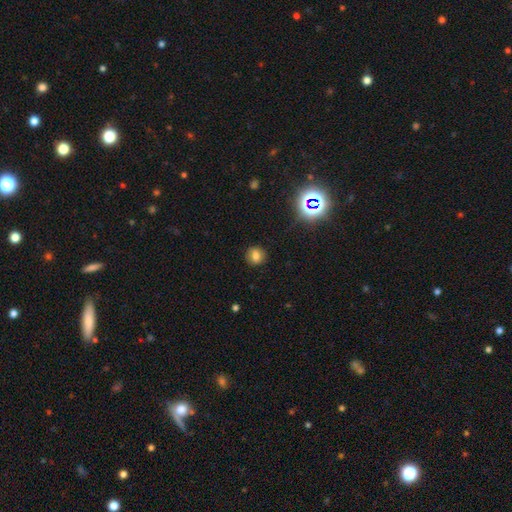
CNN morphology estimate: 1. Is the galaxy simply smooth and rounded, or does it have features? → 76% smooth, 17% star or artifact, 8% featured or disk.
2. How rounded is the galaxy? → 85% round, 14% in between, 1% cigar-shaped.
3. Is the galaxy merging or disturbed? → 88% none, 8% minor disturbance, 2% major disturbance, 1% merger.